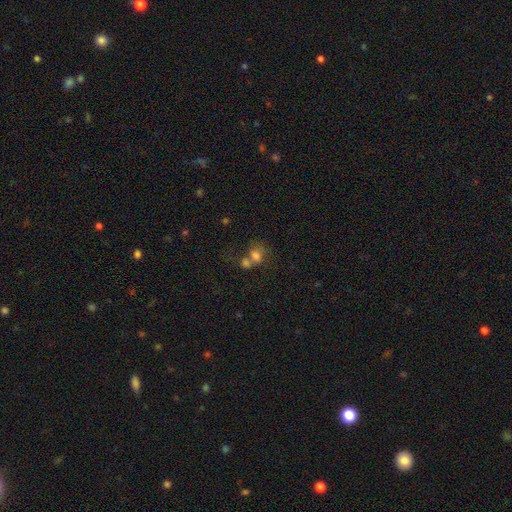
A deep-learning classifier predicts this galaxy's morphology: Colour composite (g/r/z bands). It shows a smooth galaxy with no disk features (71%) that is round (50%). Merging: merger (58%).